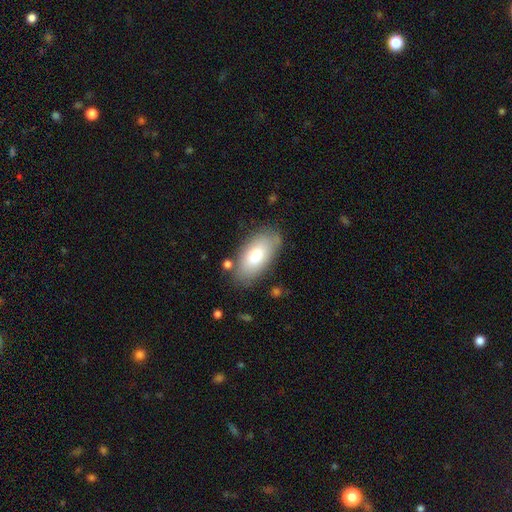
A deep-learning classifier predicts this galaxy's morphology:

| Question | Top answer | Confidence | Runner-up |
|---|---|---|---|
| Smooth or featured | smooth | 77% | featured or disk (17%) |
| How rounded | in between | 92% | cigar-shaped (5%) |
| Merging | none | 78% | minor disturbance (14%) |